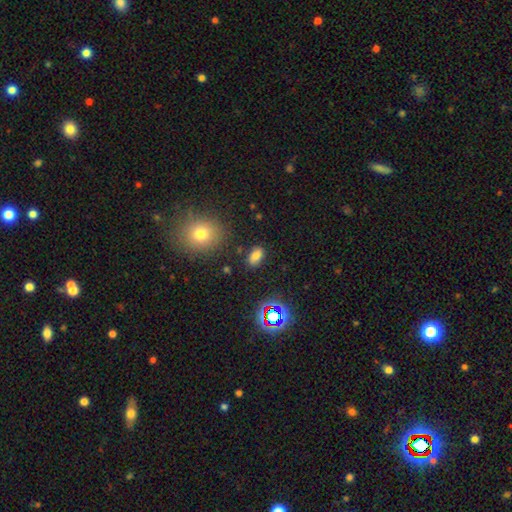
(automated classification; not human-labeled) A smooth galaxy with no disk features (72%) that is in between round and cigar-shaped (87%). Merging: none (83%).